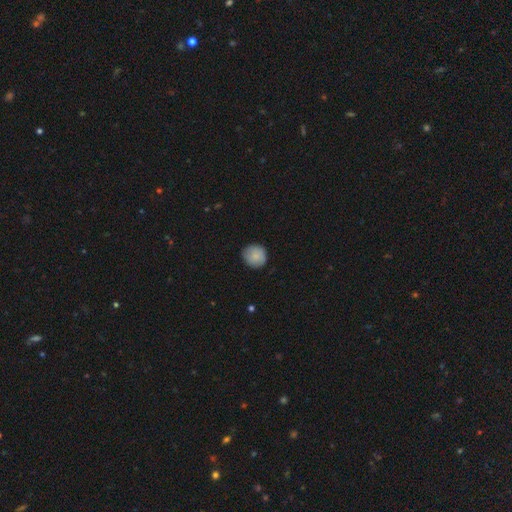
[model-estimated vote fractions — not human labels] The model was most divided on "merging": none: 86%, minor disturbance: 11%, major disturbance: 2%, merger: 1%. More confident: how rounded — round (90%); smooth or featured — smooth (86%).